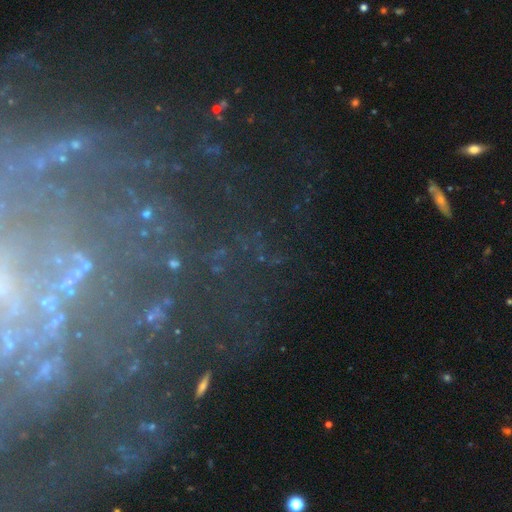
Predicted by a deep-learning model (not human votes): Morphology: type=featured or disk (60%); edge-on=no (91%); bar=no (55%); spiral arms=yes (69%); bulge=small (53%); merging=none (59%).